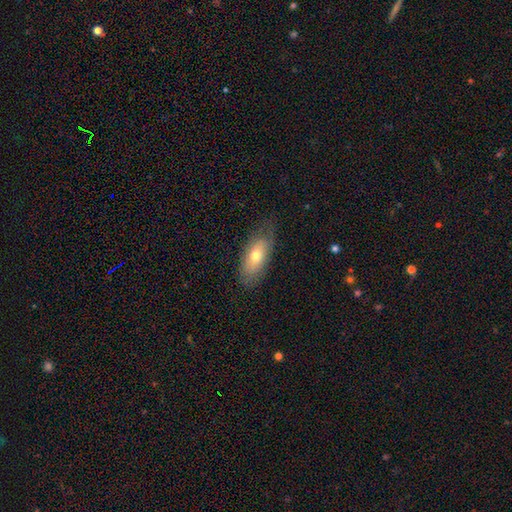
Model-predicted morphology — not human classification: smooth 65%, featured or disk 27%, star or artifact 7%. Down the decision tree: how rounded — in between (83%); merging — none (73%).